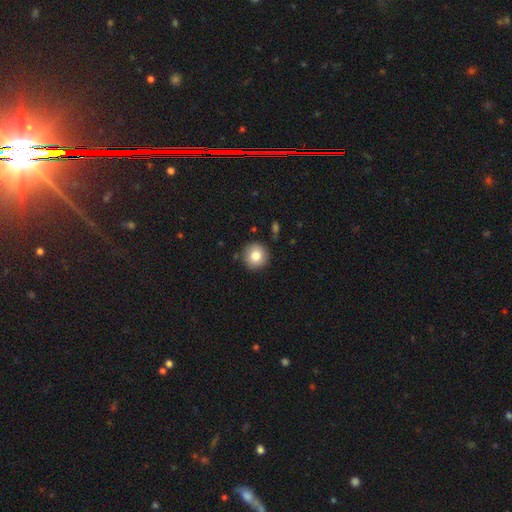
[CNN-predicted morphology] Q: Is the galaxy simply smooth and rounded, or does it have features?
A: smooth — 81%.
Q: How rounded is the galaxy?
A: round — 94%.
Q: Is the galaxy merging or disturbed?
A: none — 88%.